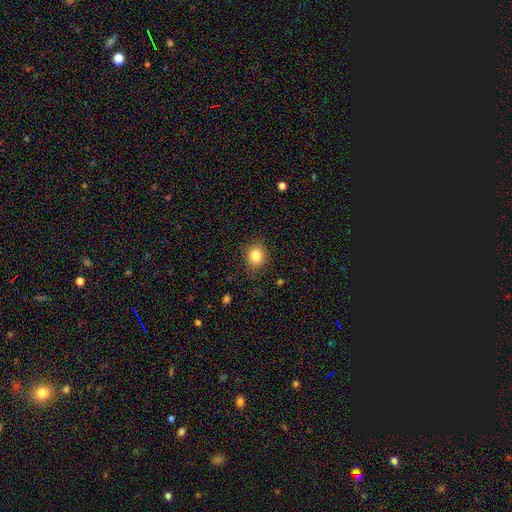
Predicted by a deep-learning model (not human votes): Overall: smooth (83%). How rounded: round (75%). Merging: none (84%).